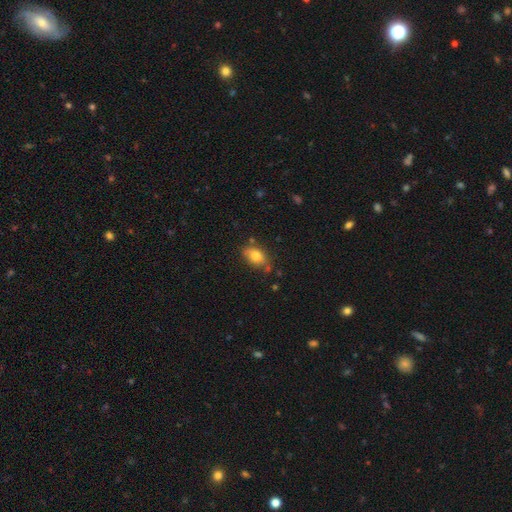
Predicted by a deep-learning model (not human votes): smooth-or-featured: smooth: 78% | featured or disk: 13% | star or artifact: 9%
  how-rounded: in between: 83% | round: 14% | cigar-shaped: 3%
  merging: none: 65% | minor disturbance: 23% | merger: 7% | major disturbance: 5%